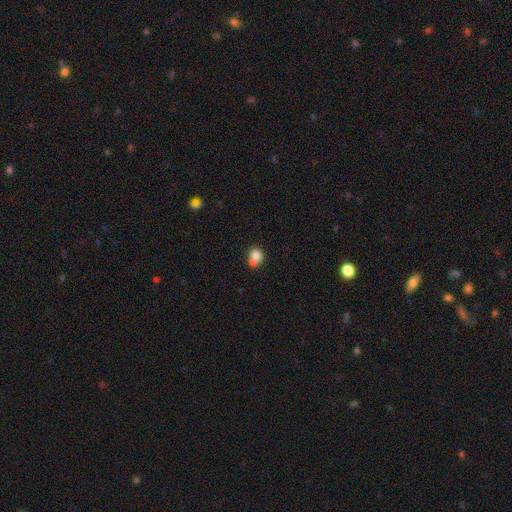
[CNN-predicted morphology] smooth 77%, featured or disk 13%, star or artifact 10%. Down the decision tree: how rounded — round (74%); merging — merger (51%).